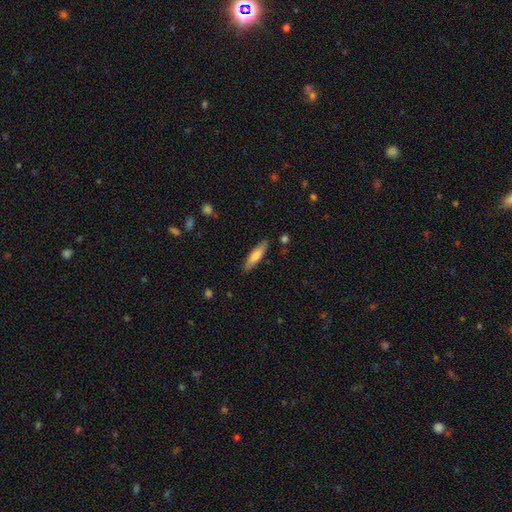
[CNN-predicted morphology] Smooth or featured: smooth — 72% (featured or disk — 22%)
How rounded: cigar-shaped — 75% (in between — 24%)
Merging: none — 86% (minor disturbance — 10%)